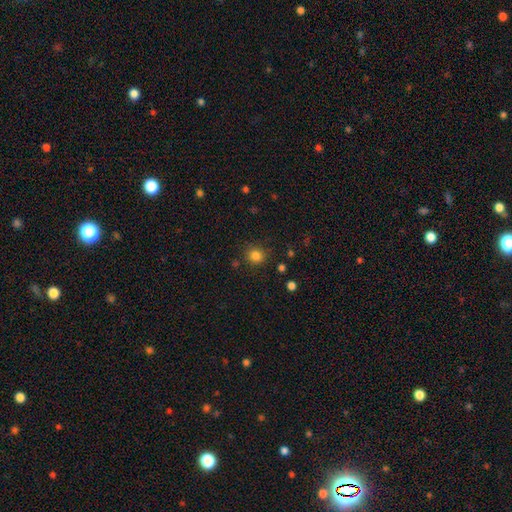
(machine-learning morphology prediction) Q: Smooth or featured?
A: smooth (82%); runner-up: star or artifact (13%)
Q: How rounded?
A: round (87%); runner-up: in between (12%)
Q: Merging?
A: none (84%); runner-up: minor disturbance (10%)